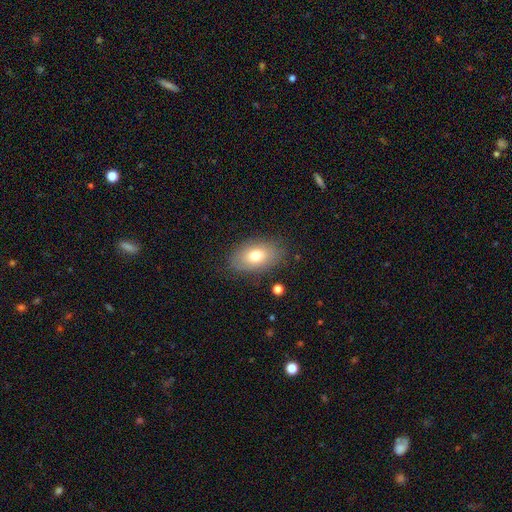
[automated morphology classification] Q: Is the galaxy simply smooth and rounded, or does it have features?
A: smooth — 72%.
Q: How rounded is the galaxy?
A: in between — 90%.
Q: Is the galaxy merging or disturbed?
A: none — 81%.